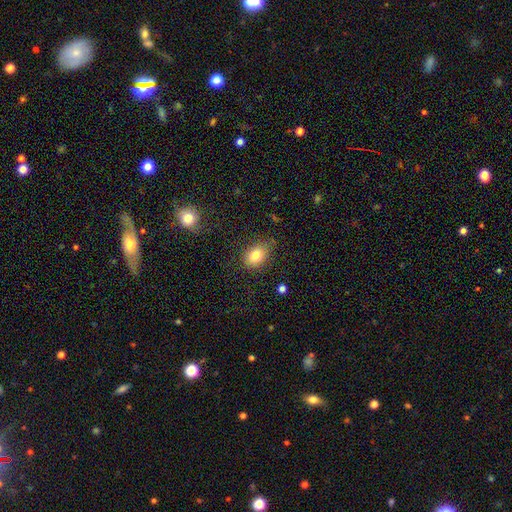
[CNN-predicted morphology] type=smooth (81%); roundness=in between (71%); merging=none (76%).